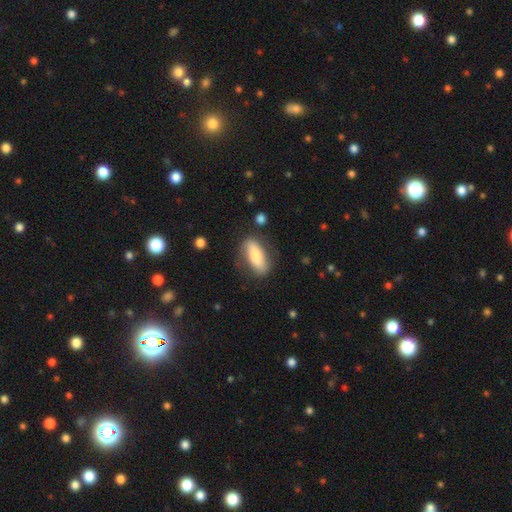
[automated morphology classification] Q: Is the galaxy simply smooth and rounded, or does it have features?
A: smooth — 65%.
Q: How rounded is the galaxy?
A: in between — 74%.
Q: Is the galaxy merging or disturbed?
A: none — 78%.